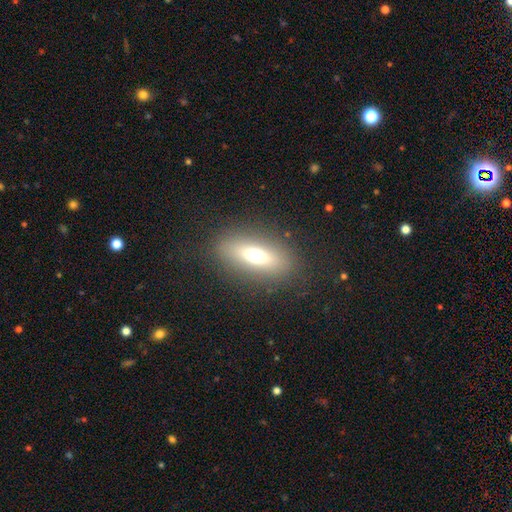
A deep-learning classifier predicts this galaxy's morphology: smooth 59%, featured or disk 27%, star or artifact 13%. Down the decision tree: how rounded — in between (69%); merging — none (85%).